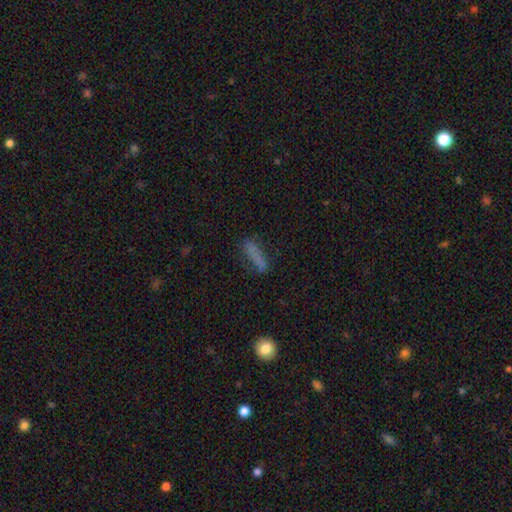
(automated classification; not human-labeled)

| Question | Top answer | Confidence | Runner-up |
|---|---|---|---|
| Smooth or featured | smooth | 72% | featured or disk (16%) |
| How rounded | cigar-shaped | 75% | in between (22%) |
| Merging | none | 67% | minor disturbance (20%) |